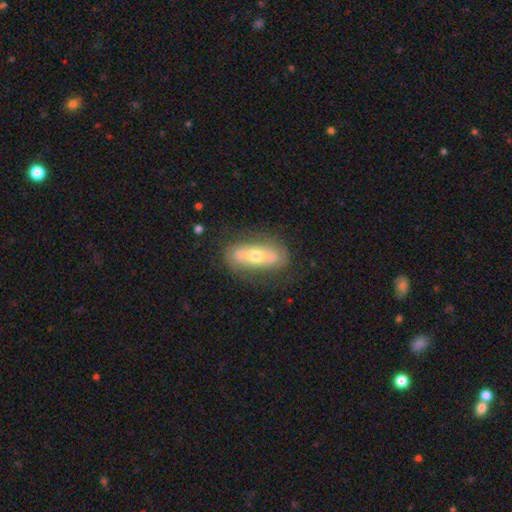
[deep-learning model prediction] This appears to be a featured or disk galaxy (52%). Merging: none (75%).